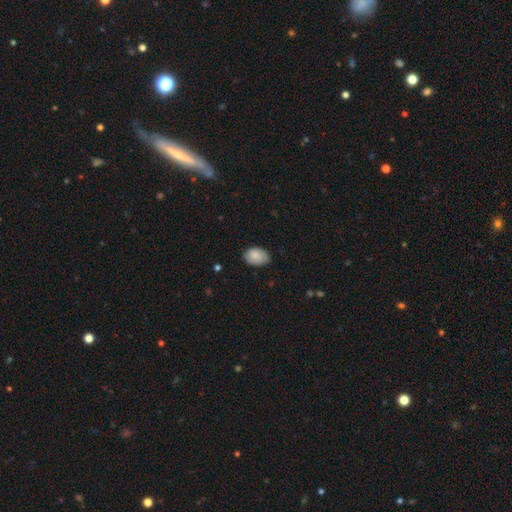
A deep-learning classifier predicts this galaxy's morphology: smooth-or-featured: smooth: 86% | featured or disk: 7% | star or artifact: 7%
  how-rounded: in between: 84% | round: 15% | cigar-shaped: 1%
  merging: none: 77% | minor disturbance: 19% | major disturbance: 3% | merger: 1%